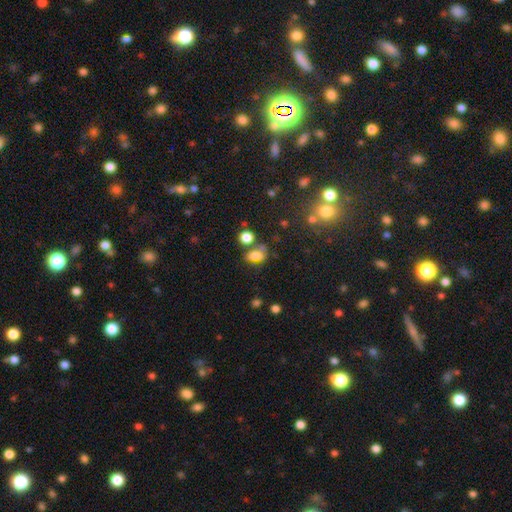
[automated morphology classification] Overall: smooth (70%). How rounded: in between (76%). Merging: none (43%; merger 22%).